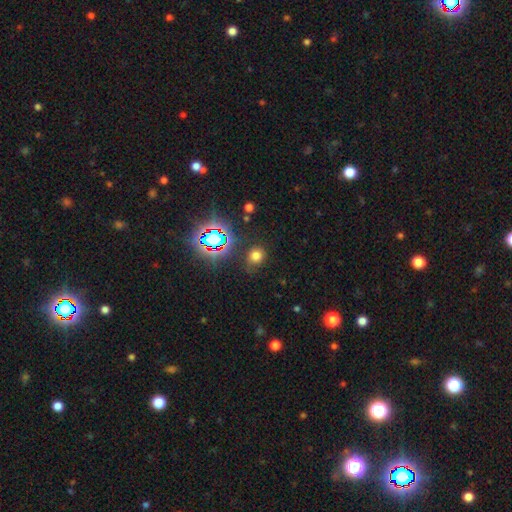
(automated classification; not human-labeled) Smooth or featured: smooth — 67% (star or artifact — 26%)
How rounded: round — 80% (in between — 19%)
Merging: none — 82% (minor disturbance — 12%)